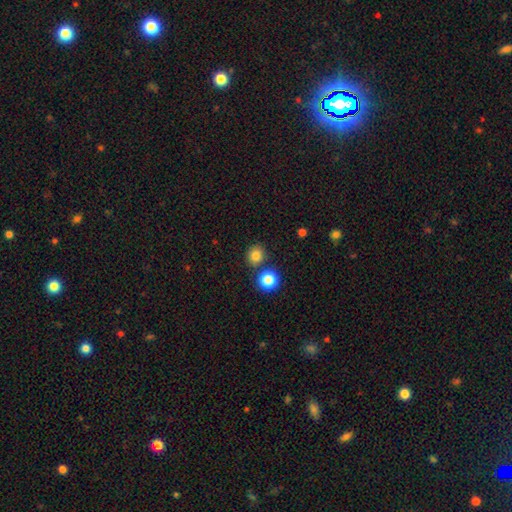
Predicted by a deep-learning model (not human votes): Smooth or featured: smooth — 81% (star or artifact — 14%)
How rounded: round — 84% (in between — 15%)
Merging: none — 79% (merger — 11%)